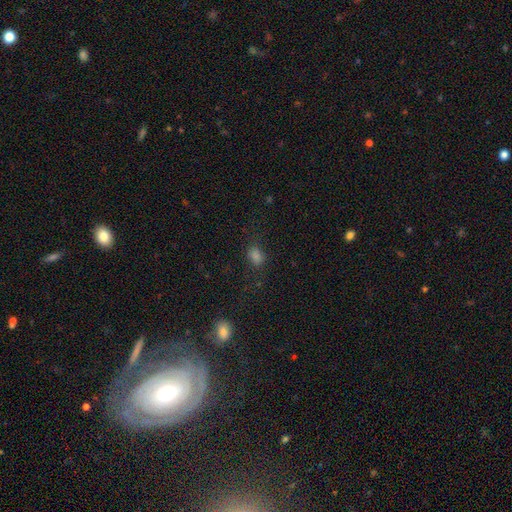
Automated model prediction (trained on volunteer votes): Smooth or featured: smooth — 74% (star or artifact — 19%)
How rounded: in between — 73% (round — 24%)
Merging: none — 68% (minor disturbance — 17%)